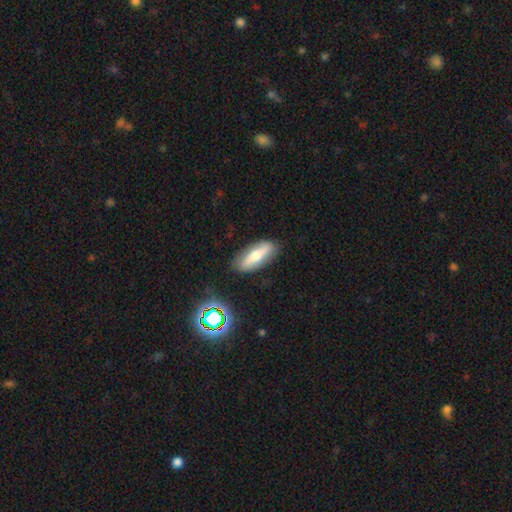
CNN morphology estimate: This appears to be a smooth galaxy with no disk features (48%). Merging: none (84%).